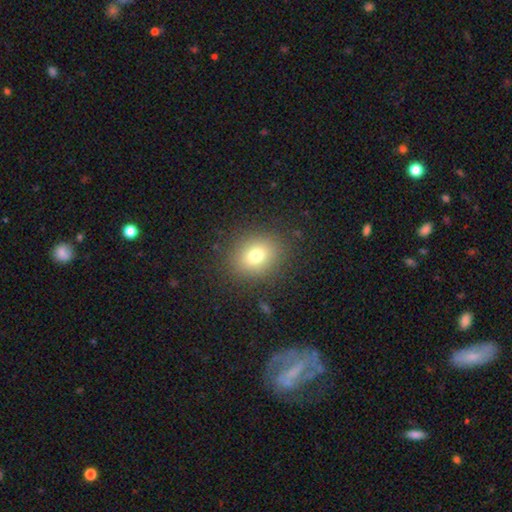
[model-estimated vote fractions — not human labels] Morphology: type=smooth (76%); roundness=round (59%); merging=none (87%).